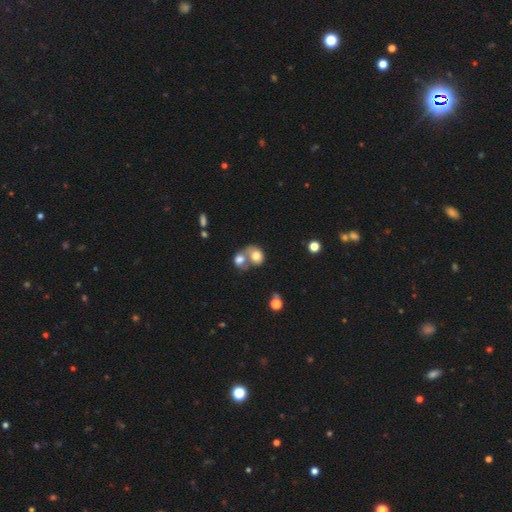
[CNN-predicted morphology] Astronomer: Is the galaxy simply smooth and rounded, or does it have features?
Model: smooth — 72%.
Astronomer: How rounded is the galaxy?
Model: round — 58% (runner-up: in between, 41%).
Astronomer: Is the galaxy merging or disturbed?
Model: merger — 69%.